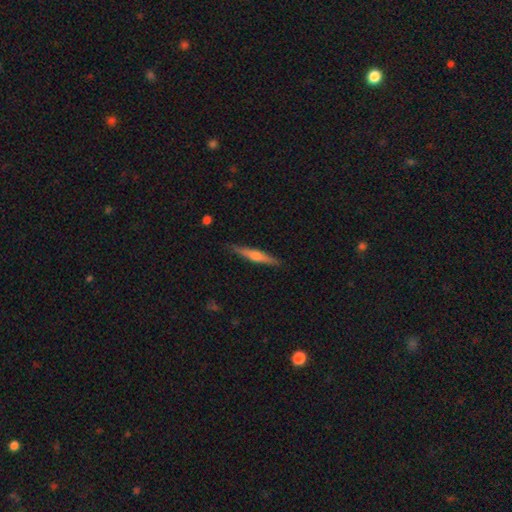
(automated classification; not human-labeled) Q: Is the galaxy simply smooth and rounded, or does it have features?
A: featured or disk — 60%.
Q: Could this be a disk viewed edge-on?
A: yes — 97%.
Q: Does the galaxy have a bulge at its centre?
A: rounded — 85%.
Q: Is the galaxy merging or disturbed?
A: none — 87%.